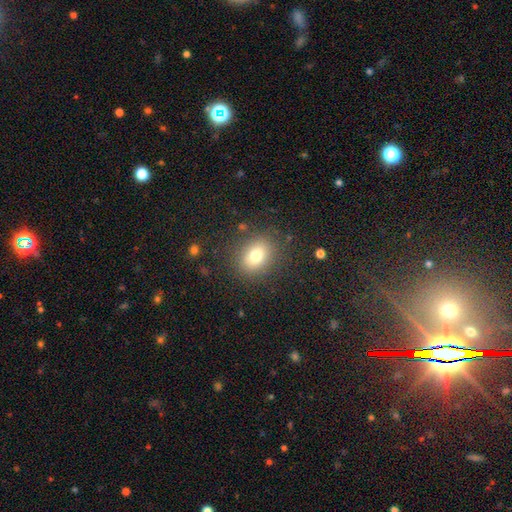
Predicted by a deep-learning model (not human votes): smooth-or-featured: smooth: 76% | star or artifact: 12% | featured or disk: 12%
  how-rounded: in between: 52% | round: 47% | cigar-shaped: 1%
  merging: none: 84% | minor disturbance: 10% | major disturbance: 5% | merger: 2%